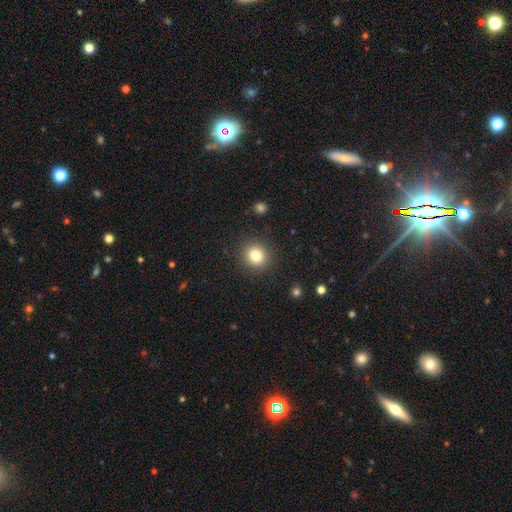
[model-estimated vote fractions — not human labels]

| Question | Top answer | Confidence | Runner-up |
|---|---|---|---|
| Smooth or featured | smooth | 82% | star or artifact (12%) |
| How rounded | round | 86% | in between (13%) |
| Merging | none | 90% | minor disturbance (6%) |